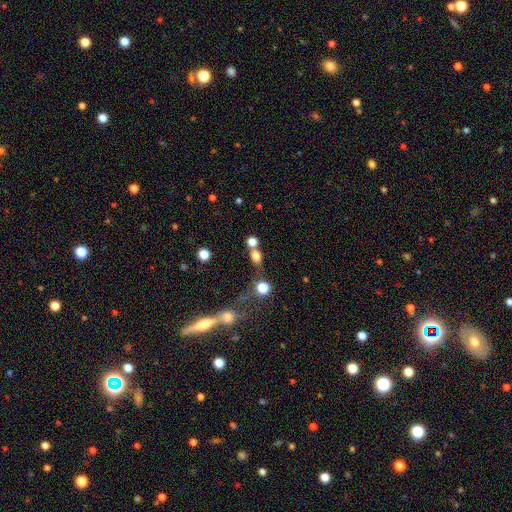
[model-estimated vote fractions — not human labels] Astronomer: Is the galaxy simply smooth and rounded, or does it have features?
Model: smooth — 74%.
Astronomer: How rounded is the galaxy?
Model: round — 48% (runner-up: in between, 47%).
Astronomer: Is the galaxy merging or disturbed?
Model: none — 46% (runner-up: merger, 36%).